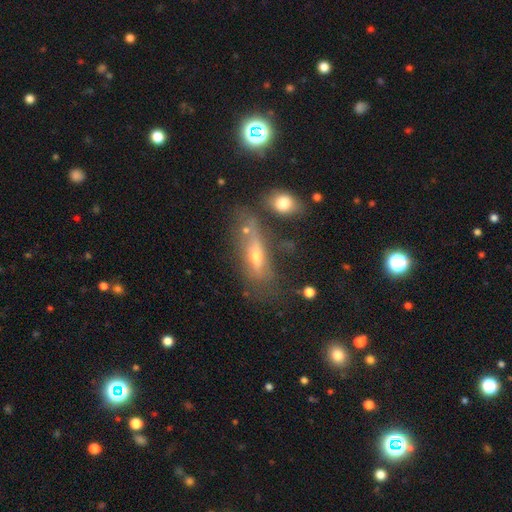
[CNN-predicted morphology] This appears to be a featured or disk galaxy (50%) viewed edge-on (53%). Merging: none (41%).